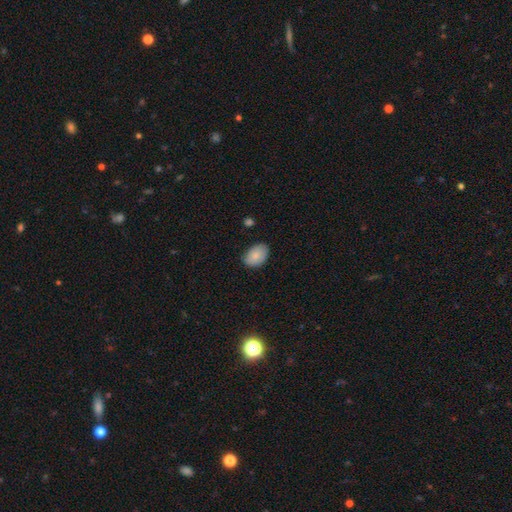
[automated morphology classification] A smooth galaxy with no disk features (84%) that is in between round and cigar-shaped (86%). Merging: none (79%).